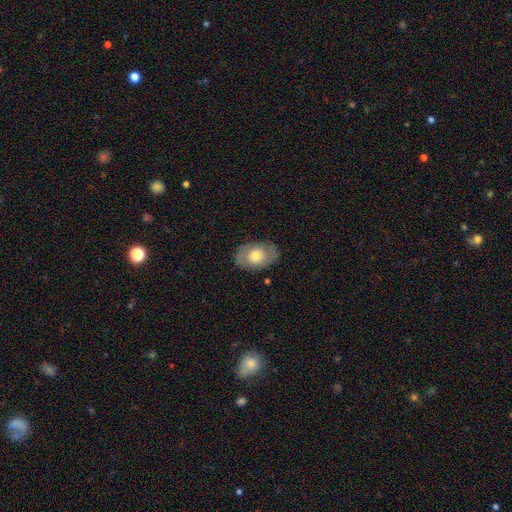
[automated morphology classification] Q: Smooth or featured?
A: smooth (54%); runner-up: featured or disk (40%)
Q: How rounded?
A: in between (86%); runner-up: round (13%)
Q: Merging?
A: none (80%); runner-up: minor disturbance (15%)